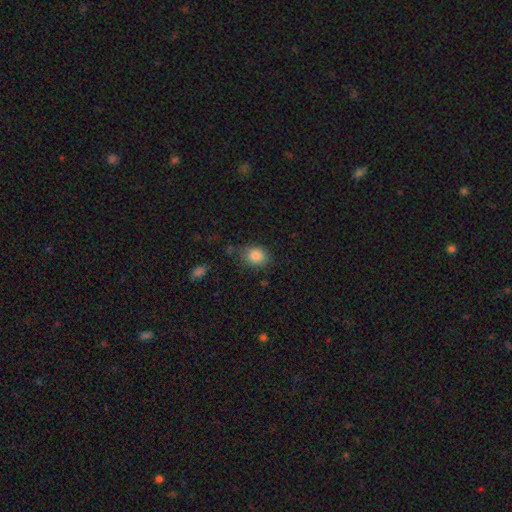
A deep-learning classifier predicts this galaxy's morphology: Q: Smooth or featured?
A: smooth (86%); runner-up: star or artifact (9%)
Q: How rounded?
A: round (50%); runner-up: in between (49%)
Q: Merging?
A: none (74%); runner-up: minor disturbance (17%)